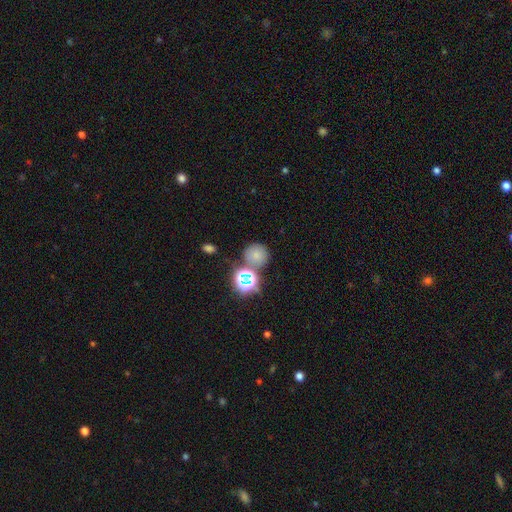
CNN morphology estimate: Q: Smooth or featured?
A: smooth (67%); runner-up: star or artifact (24%)
Q: How rounded?
A: round (86%); runner-up: in between (12%)
Q: Merging?
A: none (66%); runner-up: merger (18%)